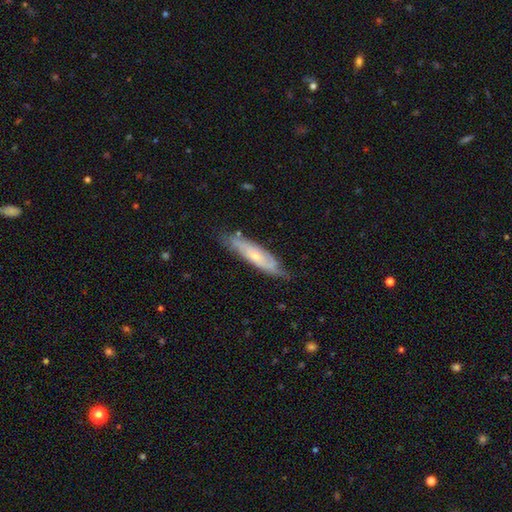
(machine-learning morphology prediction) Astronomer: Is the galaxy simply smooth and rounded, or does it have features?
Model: featured or disk — 56% (runner-up: smooth, 38%).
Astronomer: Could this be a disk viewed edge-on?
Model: no — 59% (runner-up: yes, 41%).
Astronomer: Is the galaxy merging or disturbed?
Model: none — 70%.